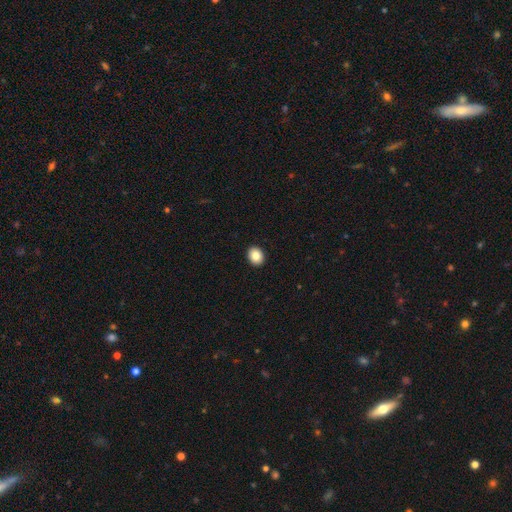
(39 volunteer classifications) smooth-or-featured: smooth: 82% | featured or disk: 10% | star or artifact: 8%
  how-rounded: in between: 56% | round: 44% | cigar-shaped: 0%
  merging: none: 100% | minor disturbance: 0% | major disturbance: 0% | merger: 0%